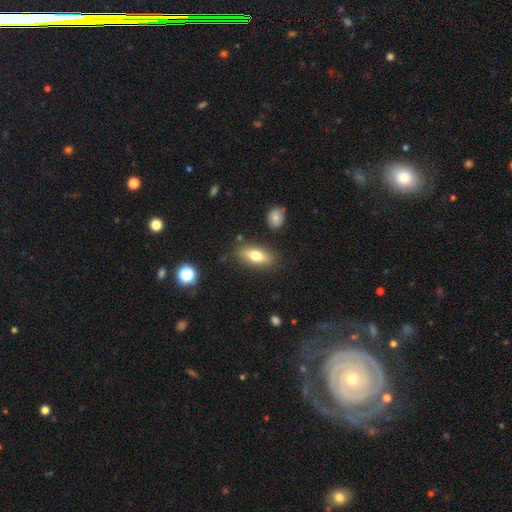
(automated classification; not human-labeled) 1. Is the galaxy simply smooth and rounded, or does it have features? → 73% smooth, 20% featured or disk, 8% star or artifact.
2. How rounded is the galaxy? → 80% in between, 15% cigar-shaped, 4% round.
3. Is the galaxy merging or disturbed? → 83% none, 11% minor disturbance, 3% merger, 3% major disturbance.